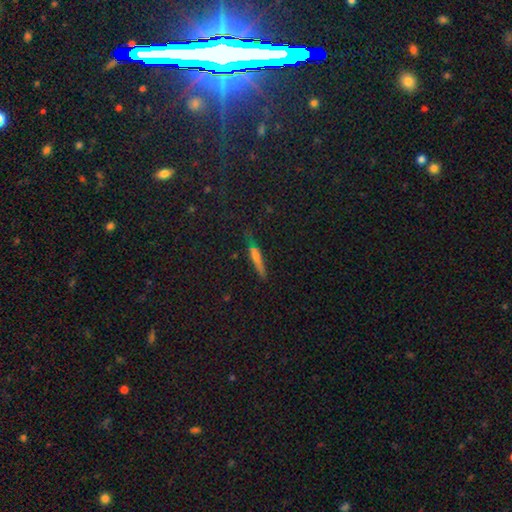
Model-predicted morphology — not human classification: The model was most divided on "smooth or featured": featured or disk: 44%, smooth: 35%, star or artifact: 20%. More confident: merging — none (82%).